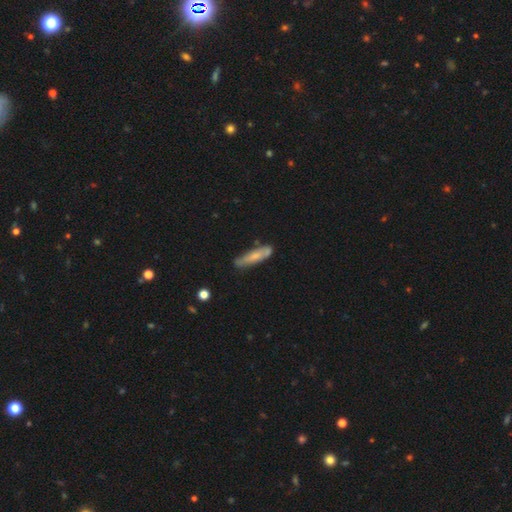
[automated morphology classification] Smooth or featured: smooth — 59% (featured or disk — 34%)
How rounded: cigar-shaped — 77% (in between — 21%)
Merging: none — 69% (minor disturbance — 22%)